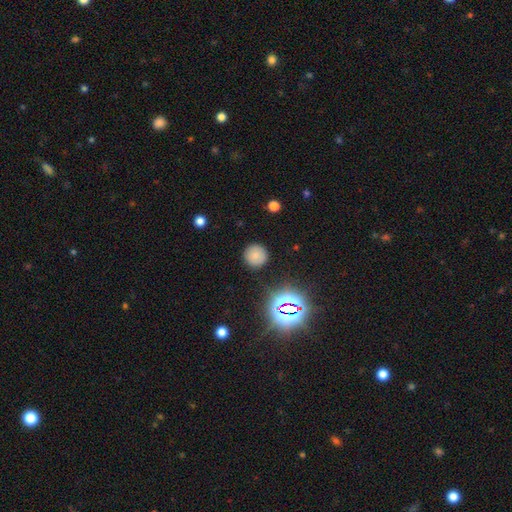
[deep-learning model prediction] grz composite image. It shows a smooth galaxy with no disk features (76%) that is round (95%). Merging: none (89%).